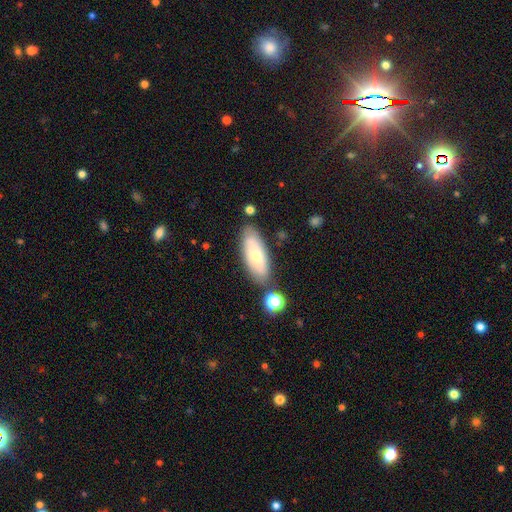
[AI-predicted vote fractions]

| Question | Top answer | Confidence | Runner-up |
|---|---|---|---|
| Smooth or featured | smooth | 59% | featured or disk (34%) |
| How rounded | in between | 76% | cigar-shaped (22%) |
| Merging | none | 74% | minor disturbance (15%) |